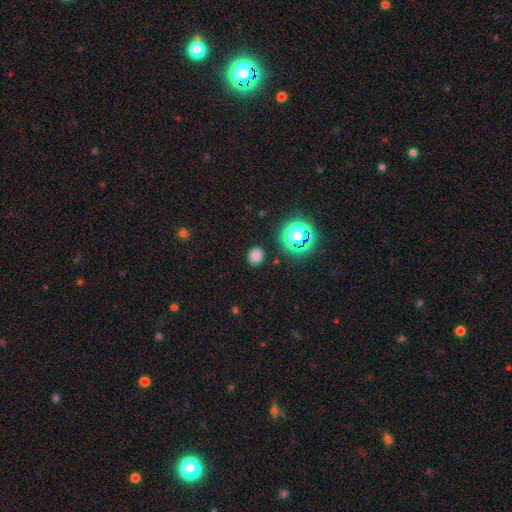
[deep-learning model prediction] Smooth or featured?
  - smooth: 75% *
  - star or artifact: 20%
  - featured or disk: 5%
How rounded?
  - round: 70% *
  - in between: 29%
  - cigar-shaped: 1%
Merging?
  - none: 86% *
  - minor disturbance: 9%
  - major disturbance: 3%
  - merger: 2%